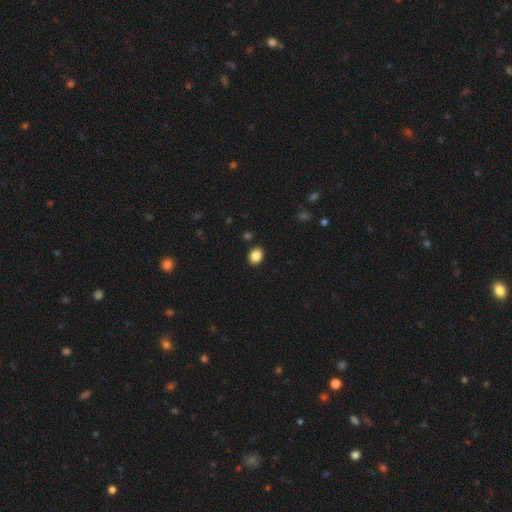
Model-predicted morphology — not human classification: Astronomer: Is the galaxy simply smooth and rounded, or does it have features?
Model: smooth — 87%.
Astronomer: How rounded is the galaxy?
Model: in between — 58% (runner-up: round, 41%).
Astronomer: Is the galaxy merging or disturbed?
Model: none — 89%.